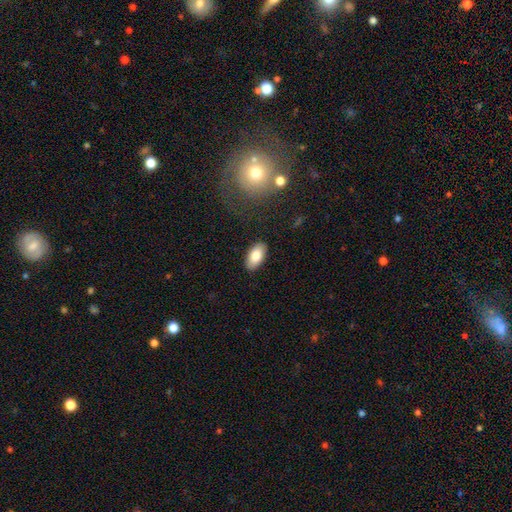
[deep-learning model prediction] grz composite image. It shows a smooth galaxy with no disk features (82%) that is in between round and cigar-shaped (94%). Merging: none (88%).